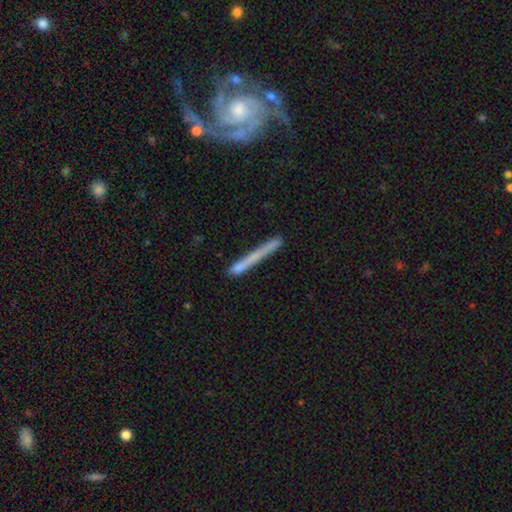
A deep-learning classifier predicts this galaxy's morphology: Smooth or featured?
  - smooth: 62% *
  - featured or disk: 30%
  - star or artifact: 7%
How rounded?
  - cigar-shaped: 97% *
  - in between: 2%
  - round: 1%
Merging?
  - none: 73% *
  - minor disturbance: 16%
  - merger: 6%
  - major disturbance: 5%